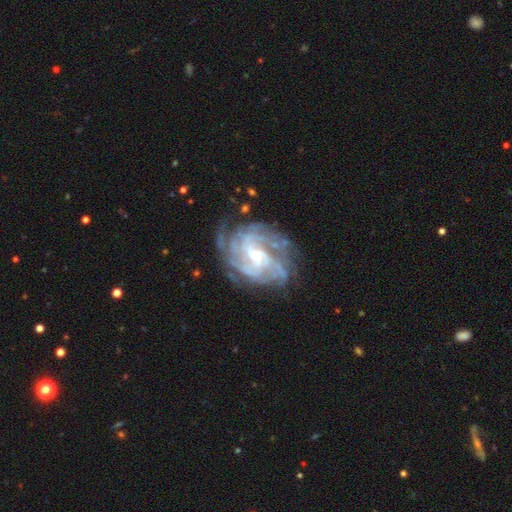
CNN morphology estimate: smooth-or-featured: featured or disk: 89% | star or artifact: 6% | smooth: 5%
  disk-edge-on: no: 97% | yes: 3%
    bar: weak: 46% | no: 38% | strong: 16%
    has-spiral-arms: yes: 97% | no: 3%
      spiral-winding: tight: 58% | medium: 34% | loose: 8%
      spiral-arm-count: 4: 26% (tied) | can't tell: 26% (tied) | 3: 15% | more than 4: 14% | 2: 11% | 1: 7%
    bulge-size: small: 69% | moderate: 26% | none: 2% | large: 2% | dominant: 1%
  merging: none: 69% | minor disturbance: 19% | major disturbance: 10% | merger: 2%